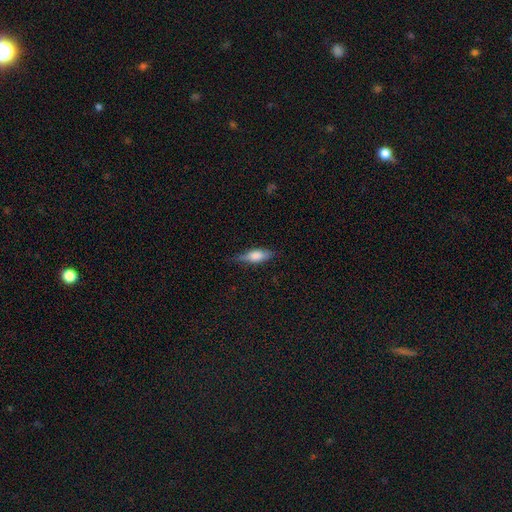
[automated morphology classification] This is likely a smooth galaxy (66%). How rounded: likely in between (62%). Merging: likely none (72%).